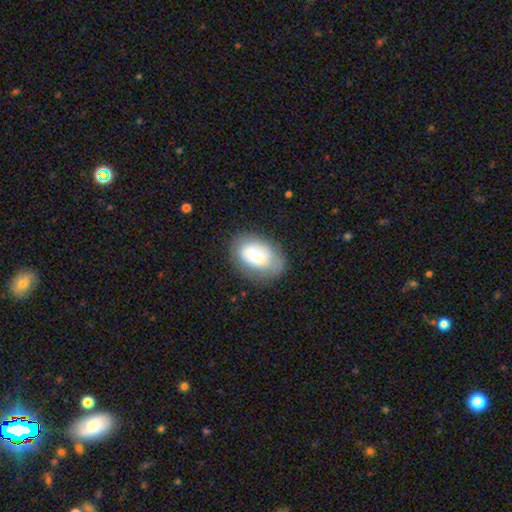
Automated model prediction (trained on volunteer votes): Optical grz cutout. It shows a smooth galaxy with no disk features (71%) that is in between round and cigar-shaped (84%). Merging: none (66%).